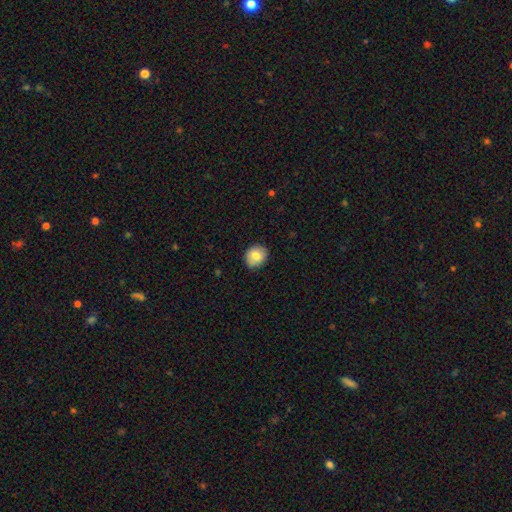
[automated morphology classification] This appears to be a smooth galaxy with no disk features (79%) that is round (68%). Merging: none (83%).